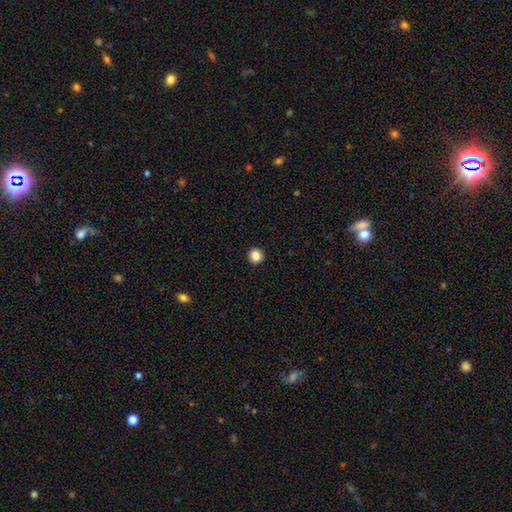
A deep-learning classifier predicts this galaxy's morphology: Smooth or featured: smooth — 87% (star or artifact — 10%)
How rounded: round — 94% (in between — 5%)
Merging: none — 94% (minor disturbance — 4%)